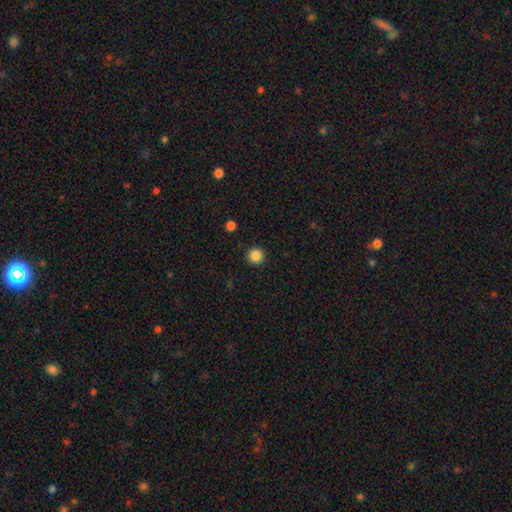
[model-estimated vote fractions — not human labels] Smooth or featured? smooth (86%)
How rounded? round (96%)
Merging? none (93%)